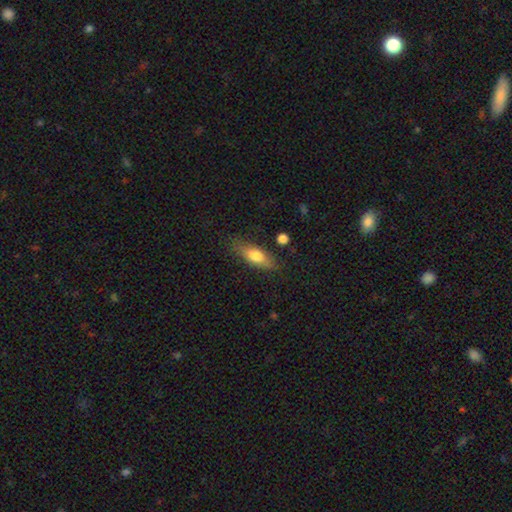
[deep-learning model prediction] Q: Smooth or featured?
A: smooth (71%); runner-up: featured or disk (22%)
Q: How rounded?
A: in between (64%); runner-up: cigar-shaped (33%)
Q: Merging?
A: none (76%); runner-up: minor disturbance (17%)